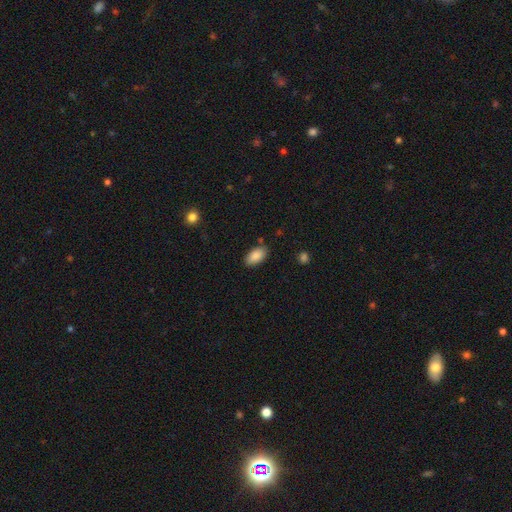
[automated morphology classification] Overall: smooth (87%). How rounded: in between (94%). Merging: none (82%).